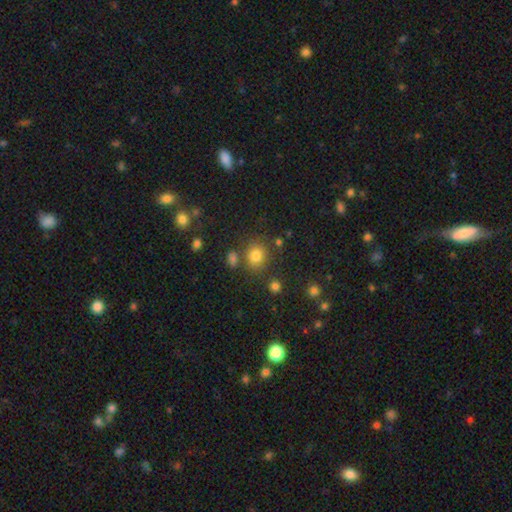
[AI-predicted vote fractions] This appears to be a smooth galaxy with no disk features (79%) that is round (72%). Merging: none (74%).